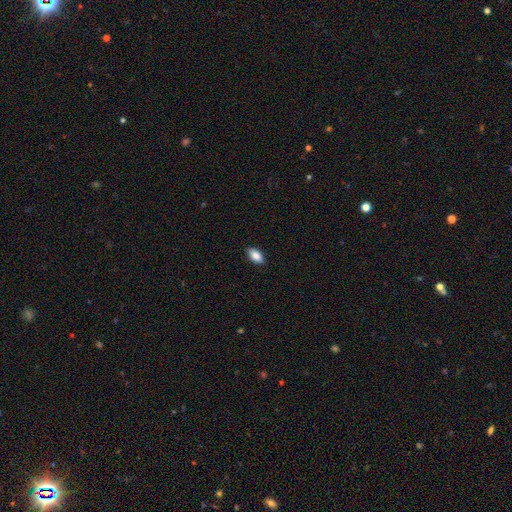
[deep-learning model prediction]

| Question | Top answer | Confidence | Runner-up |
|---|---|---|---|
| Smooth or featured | smooth | 88% | star or artifact (7%) |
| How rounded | in between | 92% | cigar-shaped (4%) |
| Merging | none | 89% | minor disturbance (8%) |